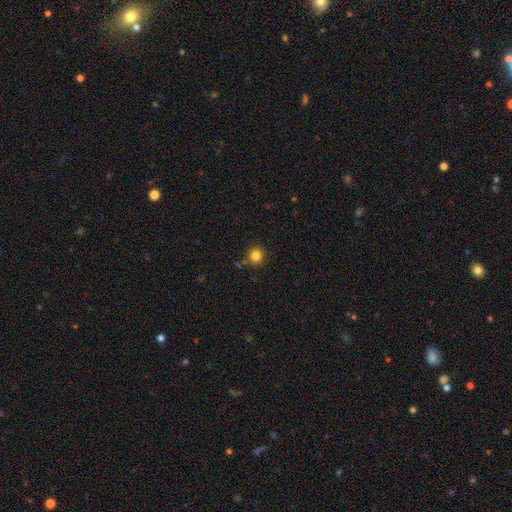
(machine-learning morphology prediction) Smooth or featured? Predicted: smooth (p=0.82). How rounded? Predicted: round (p=0.92). Merging? Predicted: none (p=0.86).